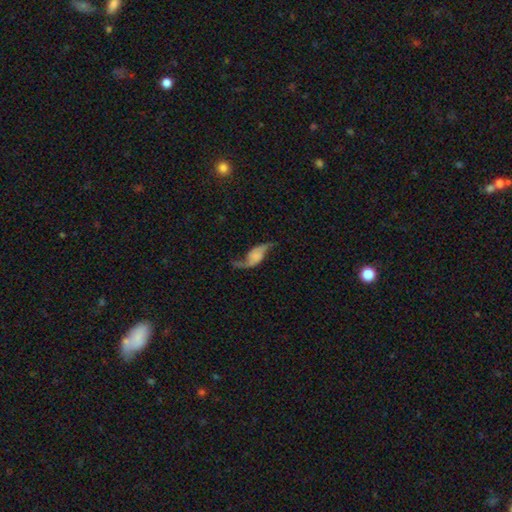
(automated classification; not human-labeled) Smooth or featured: featured or disk — 80% (smooth — 13%)
Edge-on disk: no — 94% (yes — 6%)
Bar: no — 61% (weak — 27%)
Spiral arms: yes — 94% (no — 6%)
Spiral winding: loose — 89% (medium — 8%)
Spiral arm count: 2 — 92% (1 — 4%)
Bulge size: none — 59% (small — 19%)
Merging: none — 62% (minor disturbance — 19%)